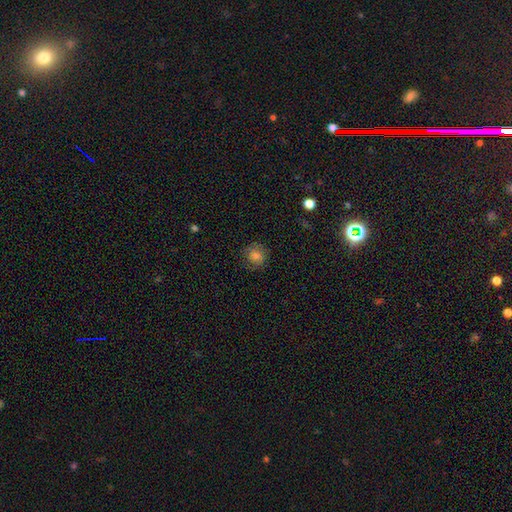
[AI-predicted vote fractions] smooth_or_featured: smooth (p=0.62) [alt: featured or disk p=0.21]
how_rounded: round (p=0.86) [alt: in between p=0.13]
merging: none (p=0.80) [alt: minor disturbance p=0.14]